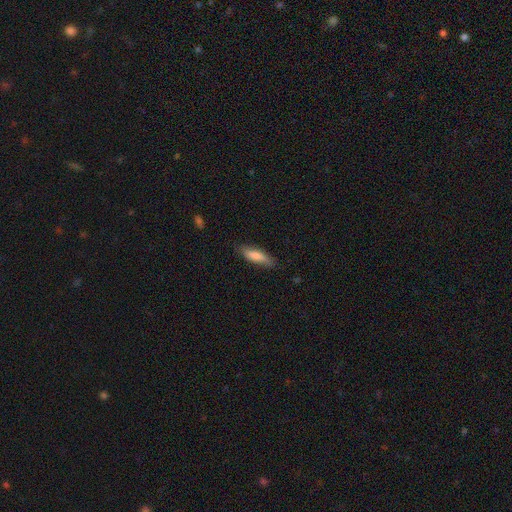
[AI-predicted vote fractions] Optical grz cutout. It shows a smooth galaxy with no disk features (78%) that is cigar-shaped (63%). Merging: none (78%).